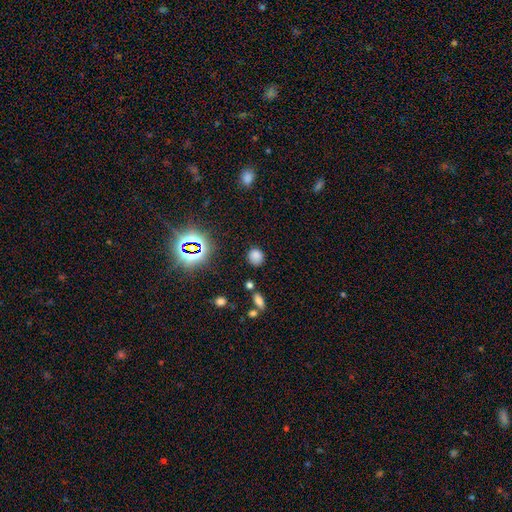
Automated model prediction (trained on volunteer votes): Smooth or featured? smooth (74%)
How rounded? round (79%)
Merging? none (82%)